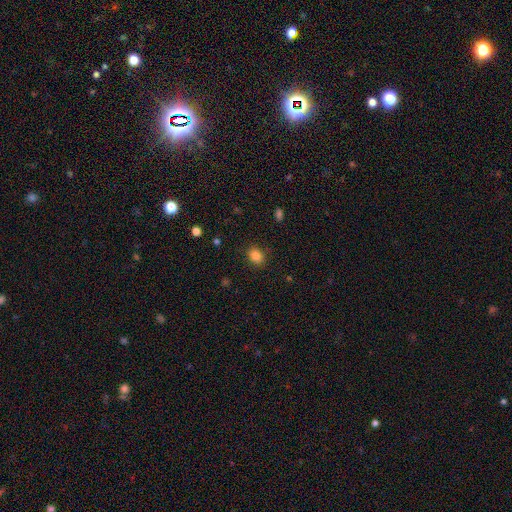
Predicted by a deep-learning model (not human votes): Smooth or featured? smooth (85%)
How rounded? in between (55%)
Merging? none (87%)